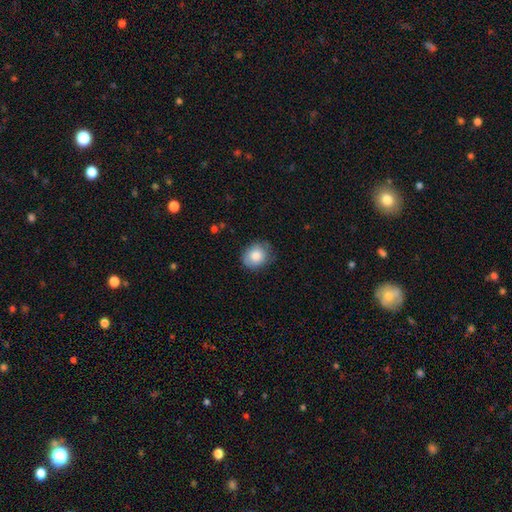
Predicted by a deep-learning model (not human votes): smooth-or-featured: smooth: 84% | featured or disk: 8% | star or artifact: 7%
  how-rounded: round: 62% | in between: 37% | cigar-shaped: 1%
  merging: none: 73% | minor disturbance: 21% | major disturbance: 4% | merger: 1%